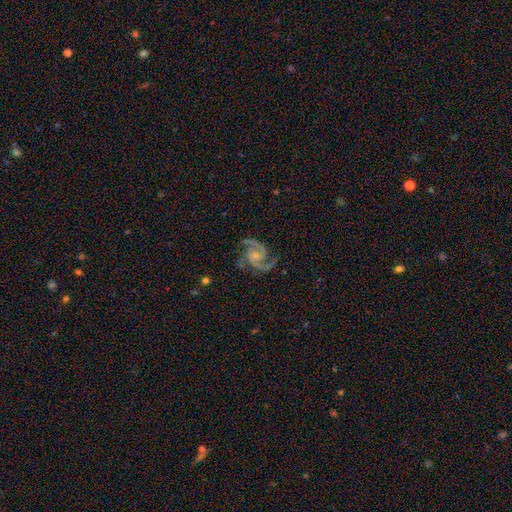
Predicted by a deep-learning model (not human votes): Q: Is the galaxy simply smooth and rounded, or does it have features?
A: featured or disk — 92%.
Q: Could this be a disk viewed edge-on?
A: no — 98%.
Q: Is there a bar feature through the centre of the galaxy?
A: no — 56%.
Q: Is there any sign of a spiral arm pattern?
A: yes — 99%.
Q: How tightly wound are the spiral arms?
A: medium — 65%.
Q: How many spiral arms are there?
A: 2 — 89%.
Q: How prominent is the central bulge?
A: small — 59%.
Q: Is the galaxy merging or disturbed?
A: none — 75%.